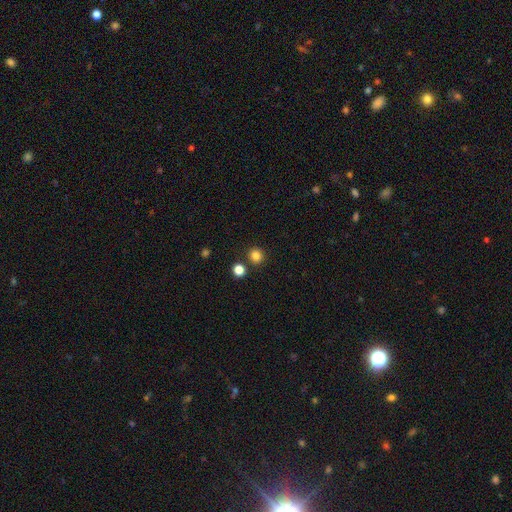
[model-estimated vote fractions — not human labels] Overall: smooth (83%). How rounded: round (92%). Merging: none (86%).